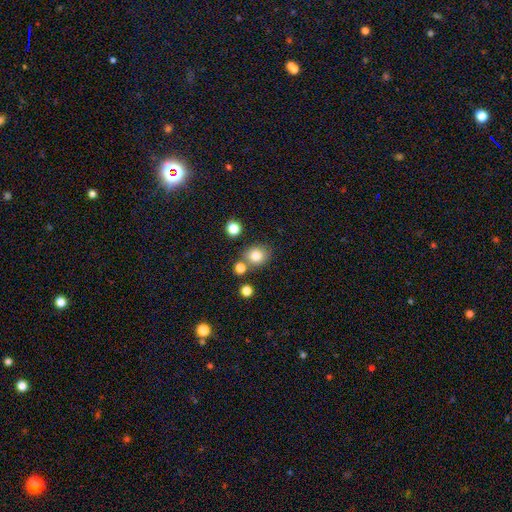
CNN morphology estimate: This is clearly a smooth galaxy (80%). How rounded: likely round (70%). Merging: likely none (71%).